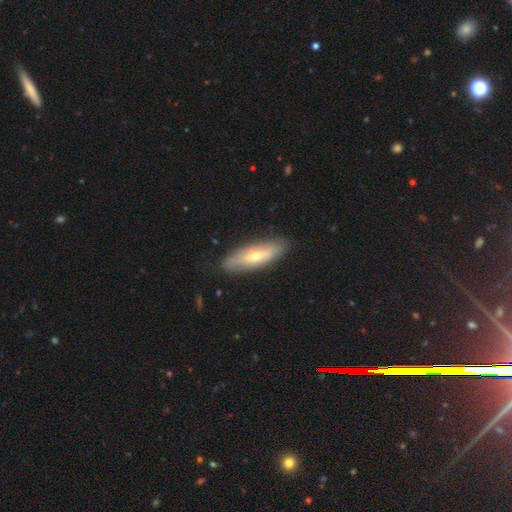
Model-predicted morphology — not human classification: Smooth or featured? smooth (48%)
Merging? none (85%)